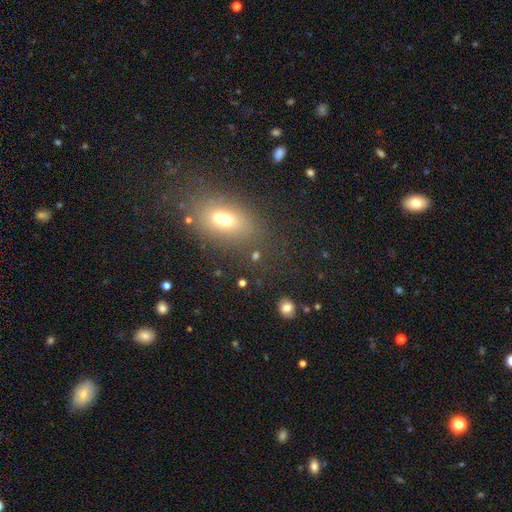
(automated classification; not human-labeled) Smooth or featured? smooth (59%)
How rounded? in between (49%)
Merging? none (44%)